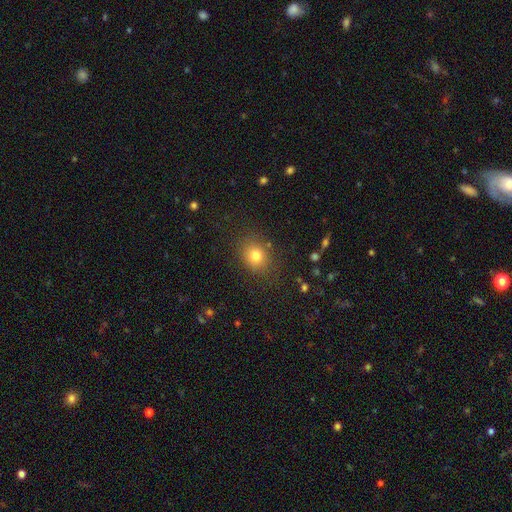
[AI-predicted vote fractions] smooth-or-featured: smooth: 79% | star or artifact: 13% | featured or disk: 8%
  how-rounded: round: 61% | in between: 38% | cigar-shaped: 1%
  merging: none: 82% | minor disturbance: 11% | major disturbance: 4% | merger: 2%